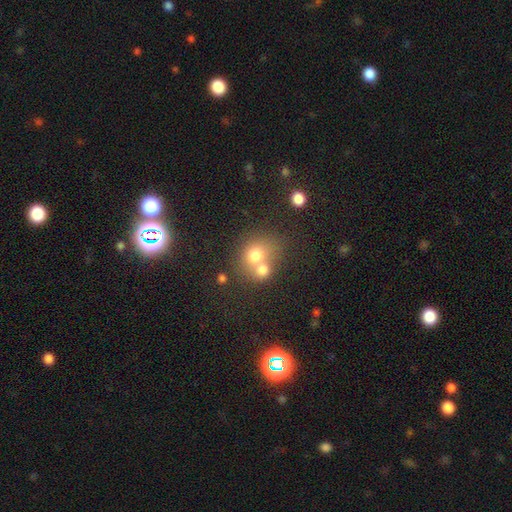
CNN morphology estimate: Smooth or featured? smooth (72%)
How rounded? round (70%)
Merging? merger (57%)